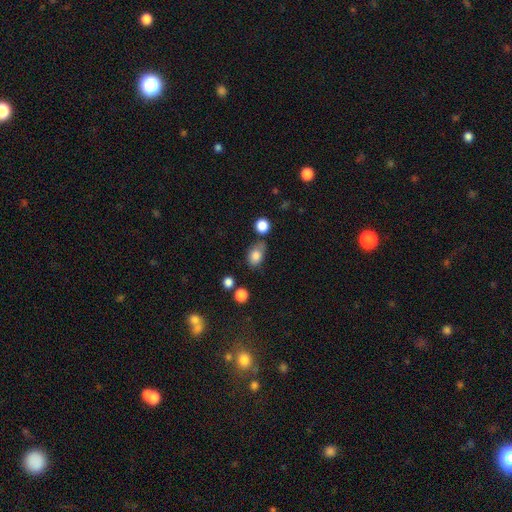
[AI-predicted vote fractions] Q: Smooth or featured?
A: smooth (82%); runner-up: star or artifact (10%)
Q: How rounded?
A: in between (75%); runner-up: round (23%)
Q: Merging?
A: none (54%); runner-up: minor disturbance (28%)